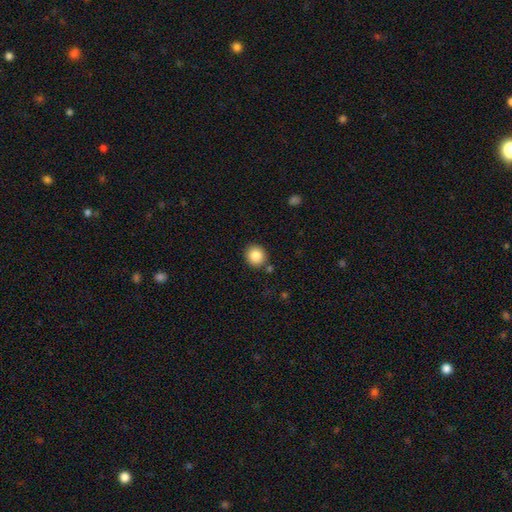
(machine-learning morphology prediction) smooth-or-featured: smooth: 86% | star or artifact: 9% | featured or disk: 5%
  how-rounded: round: 89% | in between: 10% | cigar-shaped: 1%
  merging: none: 86% | minor disturbance: 7% | merger: 4% | major disturbance: 2%